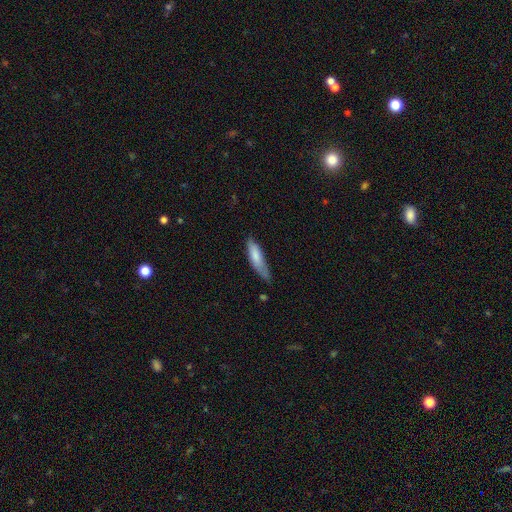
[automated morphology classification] Smooth or featured: smooth — 78% (featured or disk — 17%)
How rounded: cigar-shaped — 68% (in between — 31%)
Merging: none — 56% (minor disturbance — 34%)